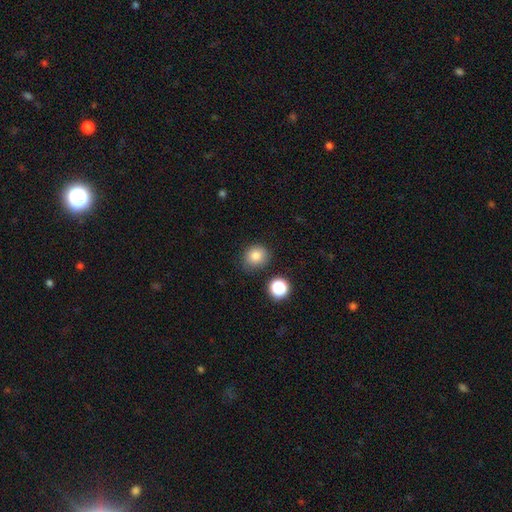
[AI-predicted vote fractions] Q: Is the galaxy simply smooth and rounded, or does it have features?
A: smooth — 82%.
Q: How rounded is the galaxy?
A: round — 76%.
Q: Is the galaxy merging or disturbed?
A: none — 76%.